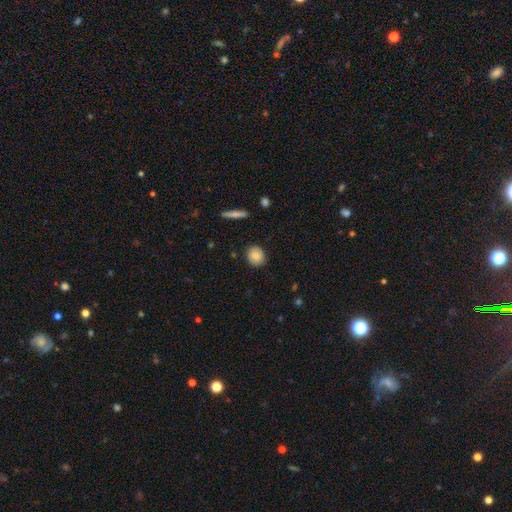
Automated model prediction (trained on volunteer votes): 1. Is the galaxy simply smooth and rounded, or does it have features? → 82% smooth, 10% featured or disk, 8% star or artifact.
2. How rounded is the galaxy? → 78% round, 21% in between, 2% cigar-shaped.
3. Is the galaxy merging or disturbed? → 87% none, 10% minor disturbance, 2% major disturbance, 1% merger.